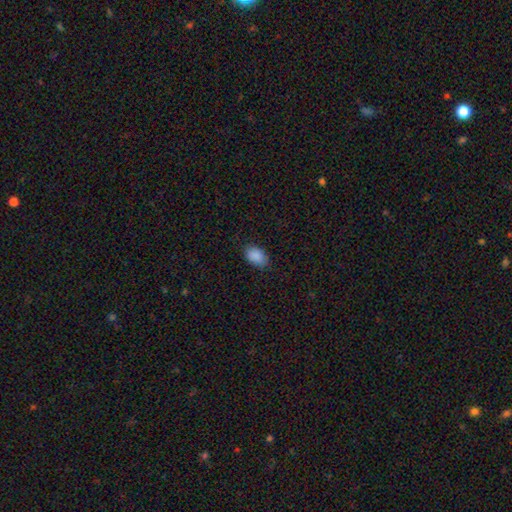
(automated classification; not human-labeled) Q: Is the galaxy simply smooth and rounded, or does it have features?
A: smooth — 89%.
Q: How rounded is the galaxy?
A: in between — 88%.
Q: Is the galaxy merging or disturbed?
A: none — 81%.